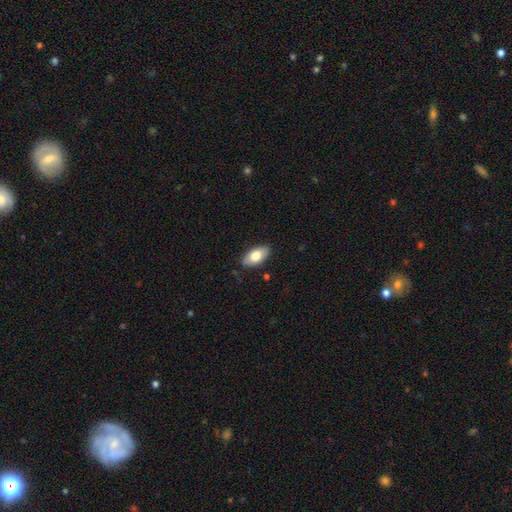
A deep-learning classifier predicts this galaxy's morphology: Q: Smooth or featured?
A: smooth (79%); runner-up: featured or disk (14%)
Q: How rounded?
A: in between (94%); runner-up: cigar-shaped (3%)
Q: Merging?
A: none (87%); runner-up: minor disturbance (10%)